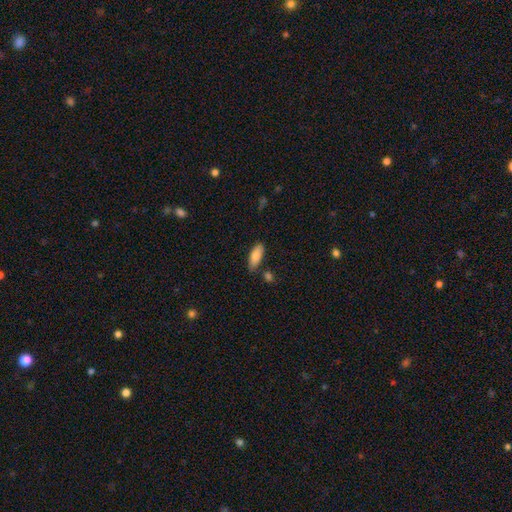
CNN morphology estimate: smooth-or-featured: smooth: 84% | featured or disk: 9% | star or artifact: 7%
  how-rounded: in between: 76% | cigar-shaped: 22% | round: 2%
  merging: none: 74% | minor disturbance: 18% | merger: 5% | major disturbance: 3%